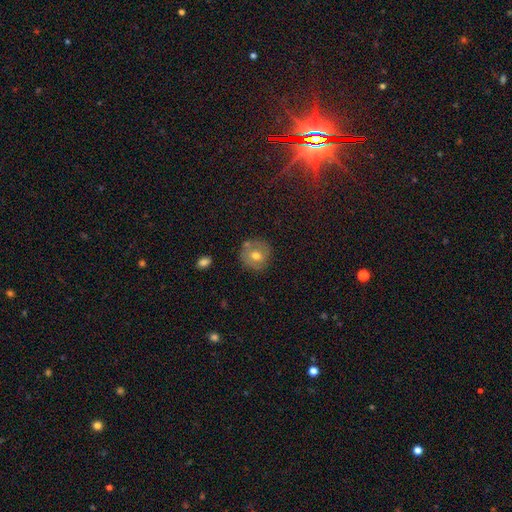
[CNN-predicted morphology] A smooth galaxy with no disk features (65%) that is round (90%). Merging: none (77%).